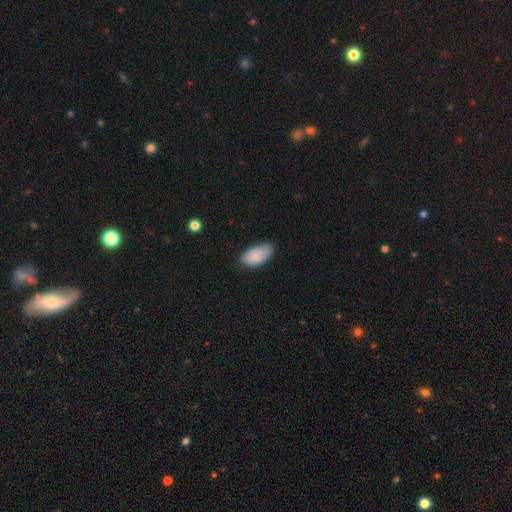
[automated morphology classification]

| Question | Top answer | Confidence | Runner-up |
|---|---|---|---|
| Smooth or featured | smooth | 83% | featured or disk (11%) |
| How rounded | in between | 94% | round (3%) |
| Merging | none | 64% | minor disturbance (30%) |